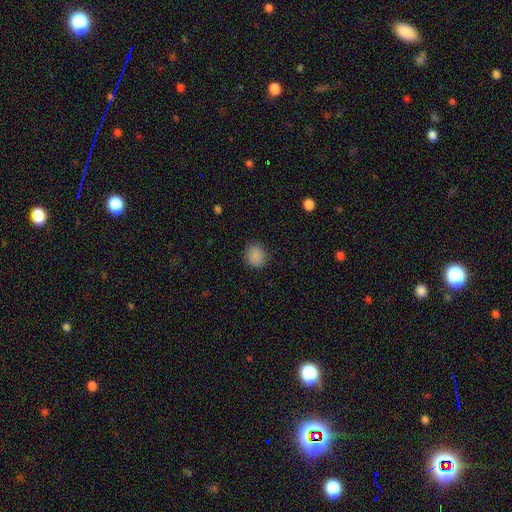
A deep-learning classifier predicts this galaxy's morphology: Smooth or featured: smooth — 87% (star or artifact — 9%)
How rounded: round — 76% (in between — 23%)
Merging: none — 88% (minor disturbance — 8%)